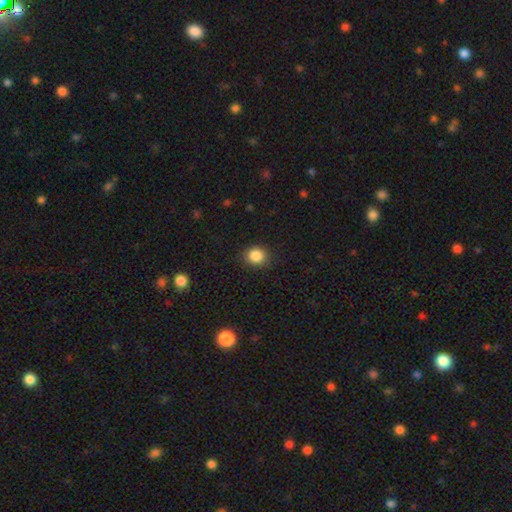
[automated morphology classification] The model was most divided on "how rounded": round: 75%, in between: 24%, cigar-shaped: 1%. More confident: merging — none (87%); smooth or featured — smooth (86%).